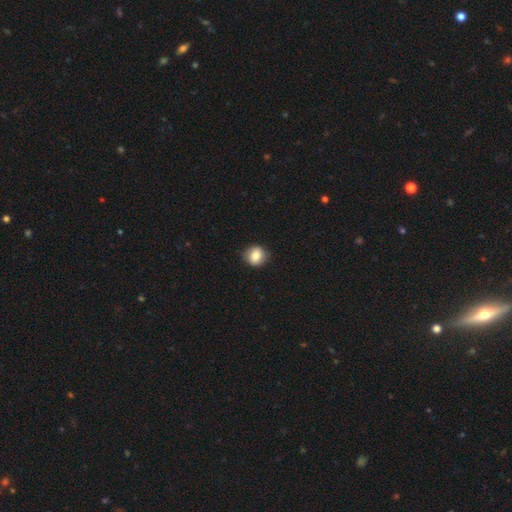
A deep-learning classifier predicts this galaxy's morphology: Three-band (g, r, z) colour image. It shows a smooth galaxy with no disk features (82%) that is round (82%). Merging: none (87%).